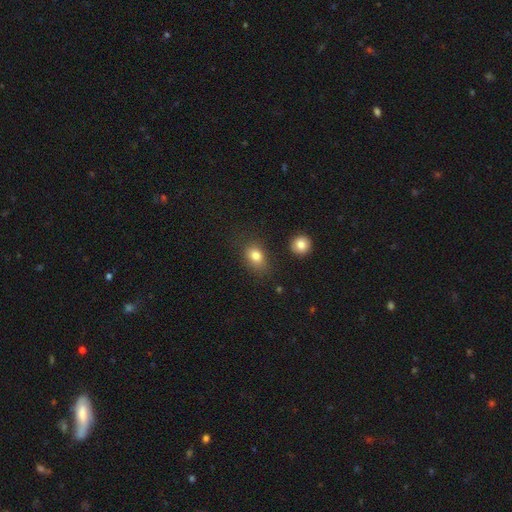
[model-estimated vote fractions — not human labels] smooth-or-featured: smooth: 81% | star or artifact: 11% | featured or disk: 8%
  how-rounded: in between: 68% | round: 30% | cigar-shaped: 2%
  merging: none: 74% | minor disturbance: 17% | major disturbance: 6% | merger: 4%